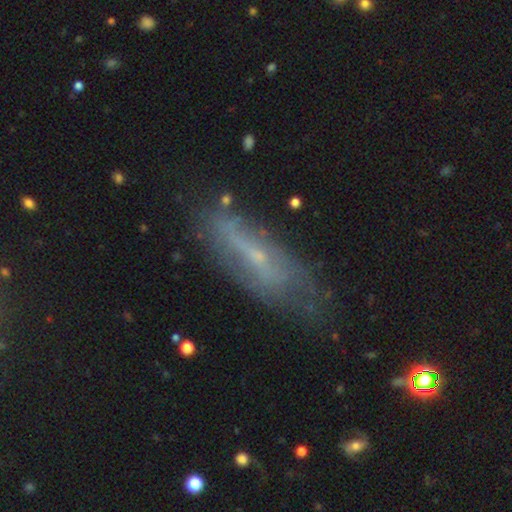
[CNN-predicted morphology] smooth-or-featured: featured or disk: 57% | smooth: 33% | star or artifact: 10%
  disk-edge-on: no: 62% | yes: 38%
  merging: none: 61% | minor disturbance: 25% | major disturbance: 11% | merger: 3%